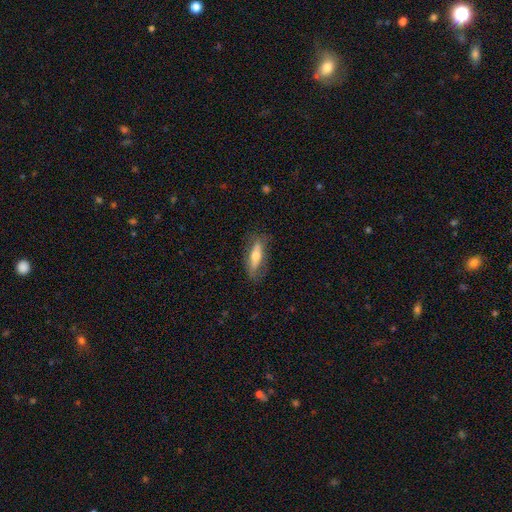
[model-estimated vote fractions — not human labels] Morphology: type=smooth (53%); roundness=cigar-shaped (49%); merging=none (74%).